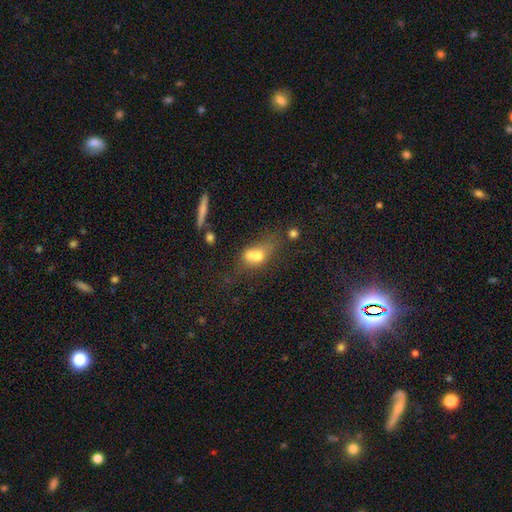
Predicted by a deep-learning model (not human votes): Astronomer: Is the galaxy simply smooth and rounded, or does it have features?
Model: smooth — 64%.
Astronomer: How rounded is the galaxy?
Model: in between — 61%.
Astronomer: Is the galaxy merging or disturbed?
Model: merger — 57%.